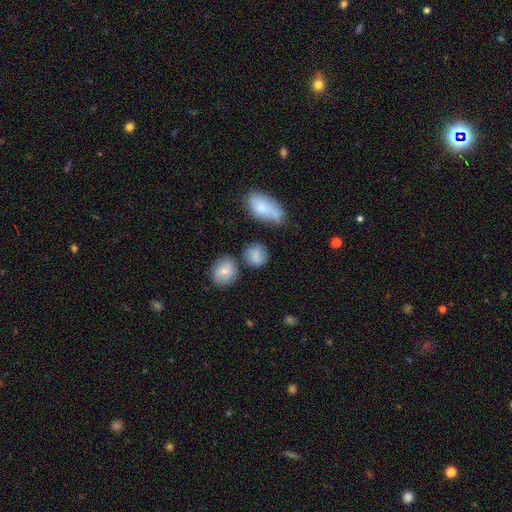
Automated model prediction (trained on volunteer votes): Smooth or featured: smooth — 81% (featured or disk — 10%)
How rounded: round — 73% (in between — 26%)
Merging: none — 68% (minor disturbance — 17%)